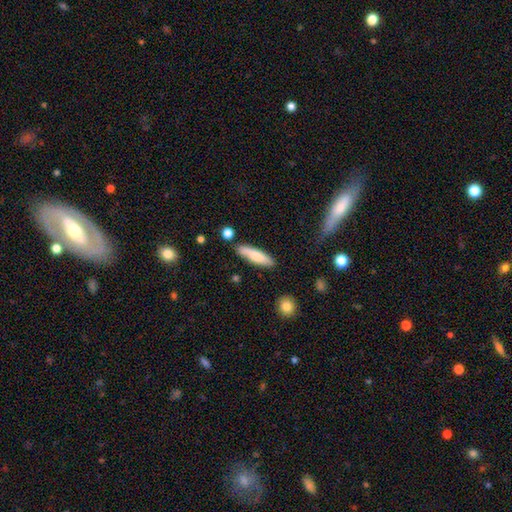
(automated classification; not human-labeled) The model was most divided on "how rounded": cigar-shaped: 70%, in between: 28%, round: 2%. More confident: merging — none (78%); smooth or featured — smooth (75%).